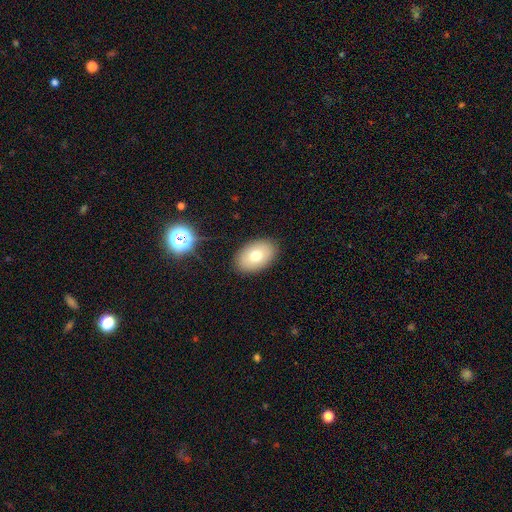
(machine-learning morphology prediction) Q: Smooth or featured?
A: smooth (73%); runner-up: featured or disk (18%)
Q: How rounded?
A: in between (88%); runner-up: round (11%)
Q: Merging?
A: none (88%); runner-up: minor disturbance (9%)